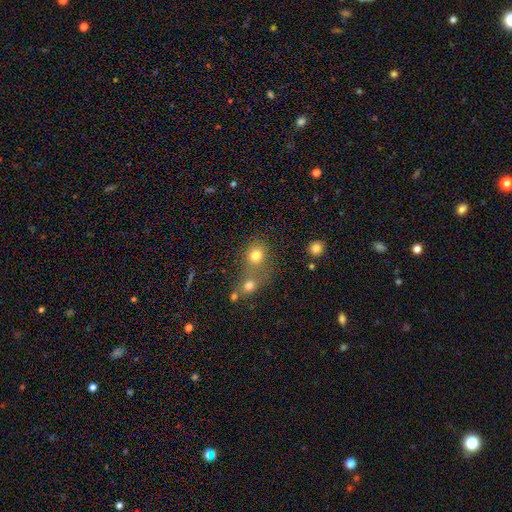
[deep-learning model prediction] A smooth galaxy with no disk features (76%) that is round (71%). Merging: none (44%).